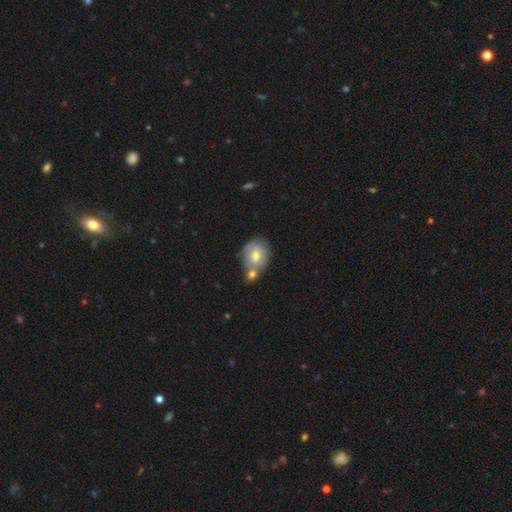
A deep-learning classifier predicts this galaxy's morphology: Smooth or featured? smooth (67%)
How rounded? round (65%)
Merging? none (45%)